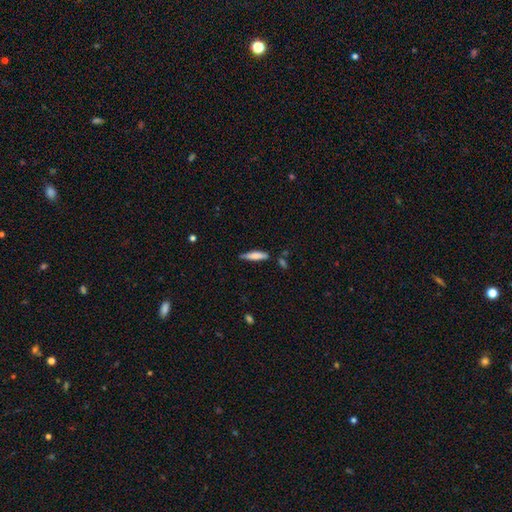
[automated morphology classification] smooth 75%, featured or disk 19%, star or artifact 6%. Down the decision tree: how rounded — cigar-shaped (78%); merging — none (74%).